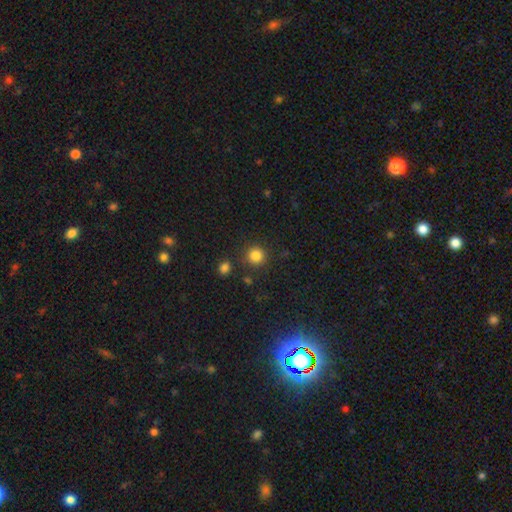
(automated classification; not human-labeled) smooth-or-featured: smooth: 84% | star or artifact: 12% | featured or disk: 4%
  how-rounded: round: 93% | in between: 6% | cigar-shaped: 1%
  merging: none: 87% | minor disturbance: 7% | merger: 4% | major disturbance: 3%